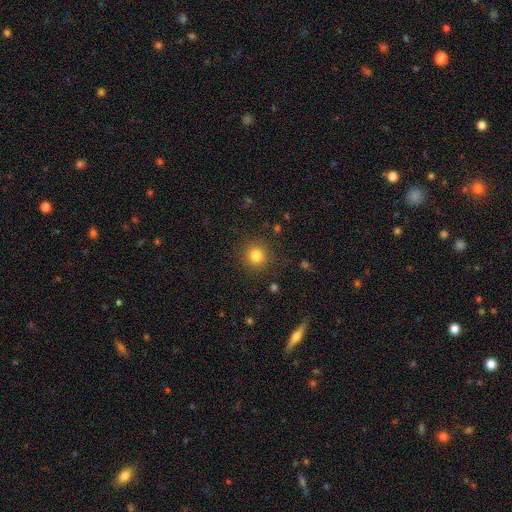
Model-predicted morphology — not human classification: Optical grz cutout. It shows a smooth galaxy with no disk features (81%) that is round (93%). Merging: none (88%).